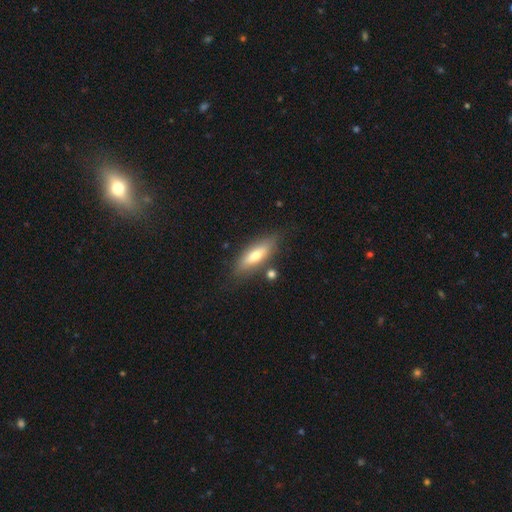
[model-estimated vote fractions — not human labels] This appears to be a smooth galaxy with no disk features (59%) that is in between round and cigar-shaped (50%). Merging: none (77%).